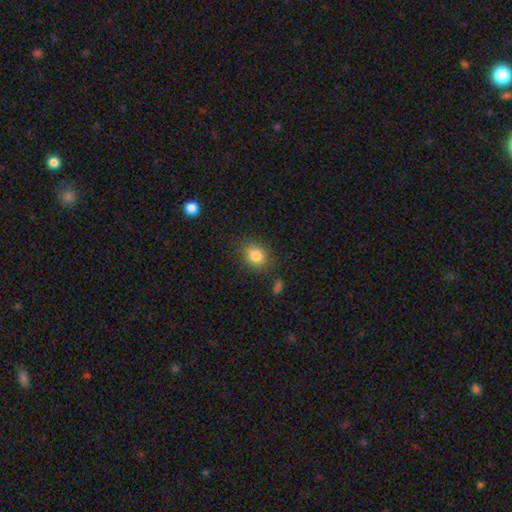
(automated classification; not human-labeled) smooth_or_featured: smooth (p=0.83) [alt: star or artifact p=0.10]
how_rounded: round (p=0.50) [alt: in between p=0.48]
merging: none (p=0.80) [alt: minor disturbance p=0.13]